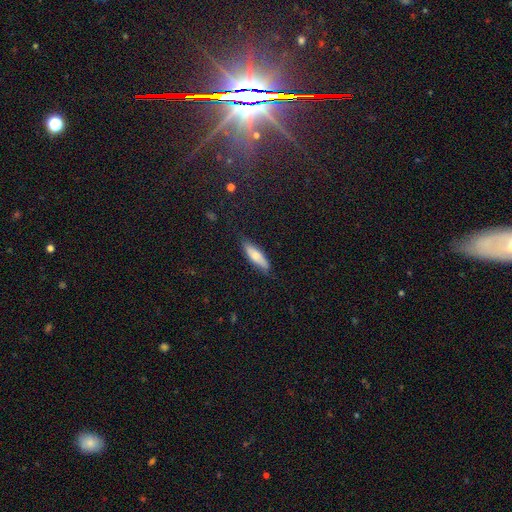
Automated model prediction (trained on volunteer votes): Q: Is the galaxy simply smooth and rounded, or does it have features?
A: smooth — 68%.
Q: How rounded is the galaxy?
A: cigar-shaped — 56%.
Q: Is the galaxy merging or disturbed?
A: none — 78%.